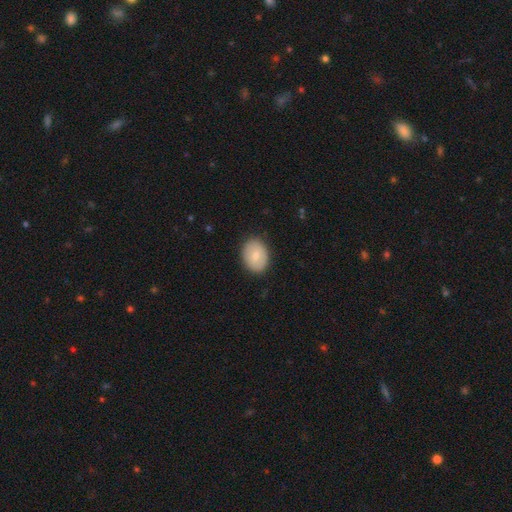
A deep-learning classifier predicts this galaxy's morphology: This is likely a smooth galaxy (72%). How rounded: likely in between (65%). Merging: clearly none (87%).